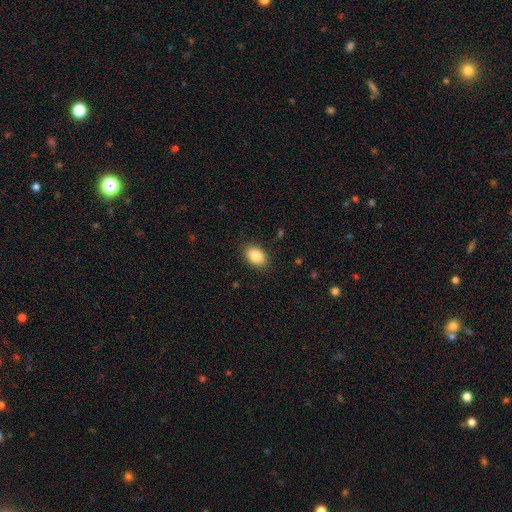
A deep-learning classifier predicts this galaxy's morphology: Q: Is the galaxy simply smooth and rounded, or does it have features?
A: smooth — 86%.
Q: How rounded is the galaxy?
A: in between — 83%.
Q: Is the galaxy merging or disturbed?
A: none — 87%.